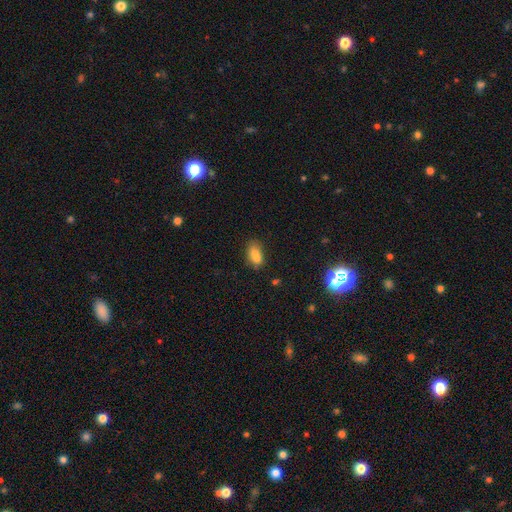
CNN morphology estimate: Smooth or featured? Predicted: smooth (p=0.79). How rounded? Predicted: in between (p=0.86). Merging? Predicted: none (p=0.57).